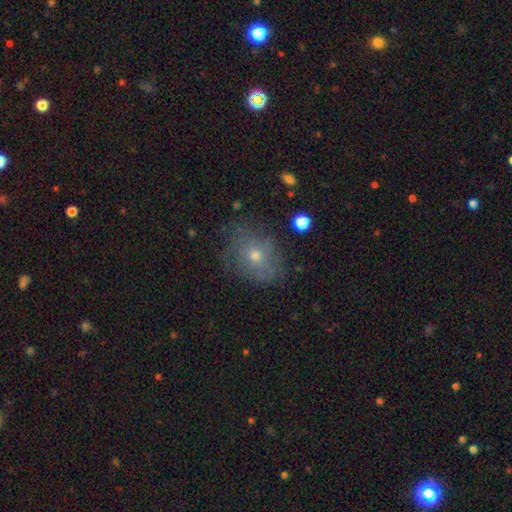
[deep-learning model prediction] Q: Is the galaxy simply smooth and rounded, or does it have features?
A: smooth — 47%.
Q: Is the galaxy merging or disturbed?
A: none — 65%.